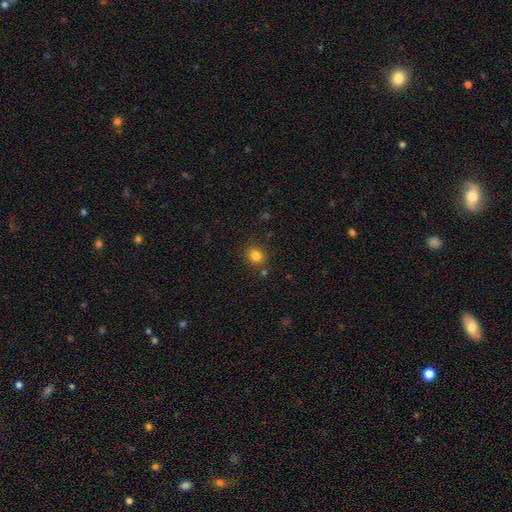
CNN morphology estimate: smooth 82%, star or artifact 13%, featured or disk 6%. Down the decision tree: how rounded — round (75%); merging — none (83%).